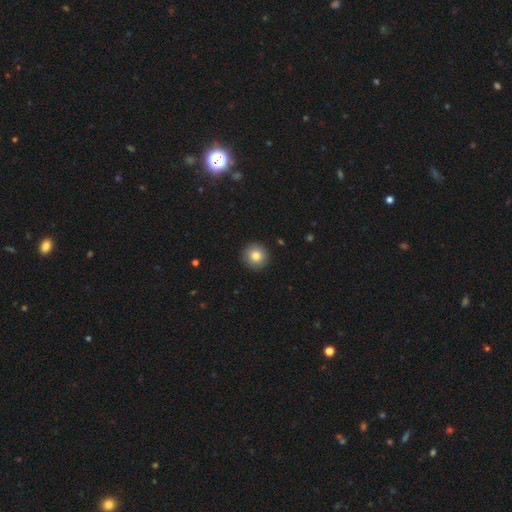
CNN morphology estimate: smooth-or-featured: smooth: 84% | star or artifact: 9% | featured or disk: 8%
  how-rounded: round: 94% | in between: 5% | cigar-shaped: 1%
  merging: none: 92% | minor disturbance: 5% | major disturbance: 2% | merger: 1%